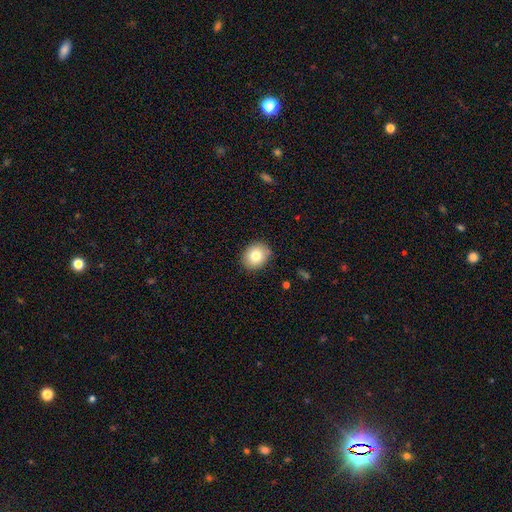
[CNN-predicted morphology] type=smooth (80%); roundness=round (58%); merging=none (87%).